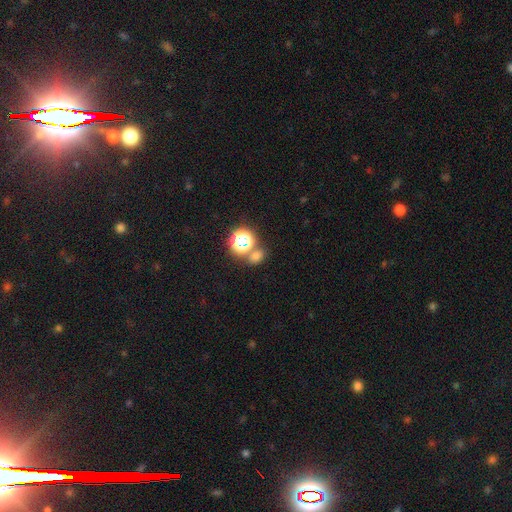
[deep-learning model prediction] A smooth galaxy with no disk features (61%) that is round (54%).

Vote fractions:
- Smooth or featured? smooth: 61% / star or artifact: 31% / featured or disk: 8%
- How rounded? round: 54% / in between: 44% / cigar-shaped: 2%
- Merging? none: 61% / merger: 26% / minor disturbance: 9% / major disturbance: 4%